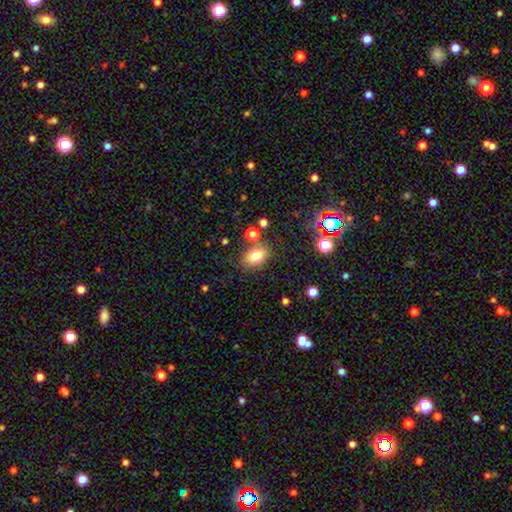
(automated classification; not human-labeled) smooth 78%, featured or disk 11%, star or artifact 11%. Down the decision tree: how rounded — in between (79%); merging — none (75%).